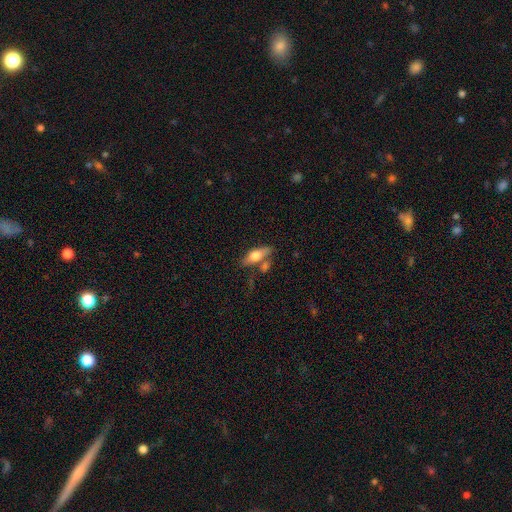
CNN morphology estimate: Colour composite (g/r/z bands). It shows a smooth galaxy with no disk features (64%) that is in between round and cigar-shaped (69%). Merging: none (55%).